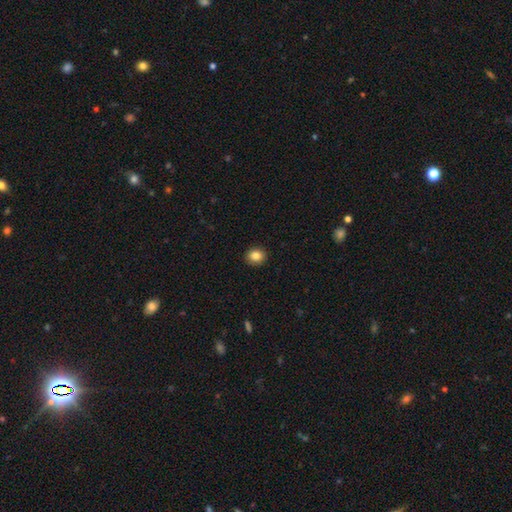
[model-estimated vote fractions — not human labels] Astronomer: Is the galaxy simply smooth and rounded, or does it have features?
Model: smooth — 85%.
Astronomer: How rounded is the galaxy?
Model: round — 74%.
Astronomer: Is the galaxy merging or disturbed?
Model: none — 92%.